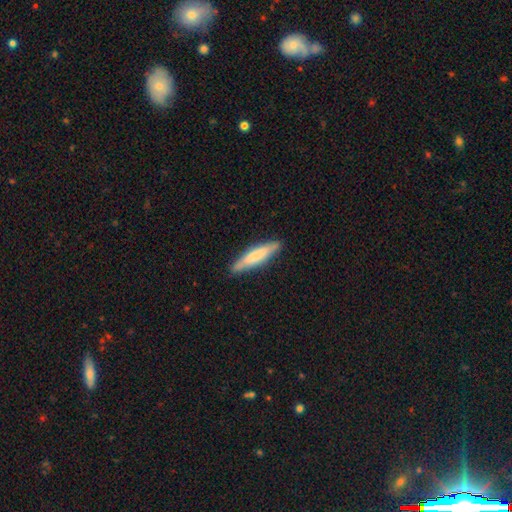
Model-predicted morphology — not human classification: smooth_or_featured: smooth (p=0.67) [alt: featured or disk p=0.27]
how_rounded: cigar-shaped (p=0.85) [alt: in between p=0.13]
merging: none (p=0.85) [alt: minor disturbance p=0.12]